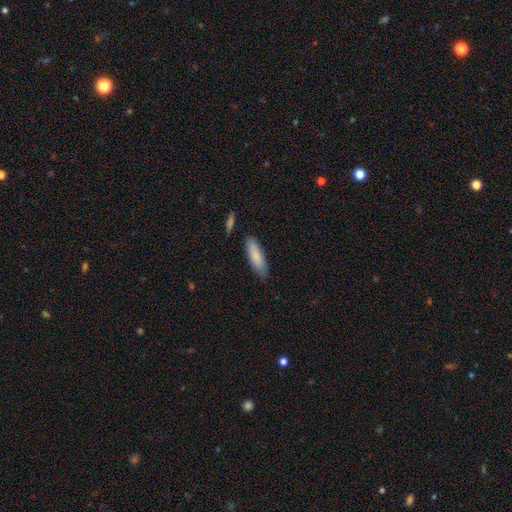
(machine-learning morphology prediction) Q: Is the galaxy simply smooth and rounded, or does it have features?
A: smooth — 84%.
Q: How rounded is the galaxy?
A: cigar-shaped — 55%.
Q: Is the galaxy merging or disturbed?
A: none — 81%.